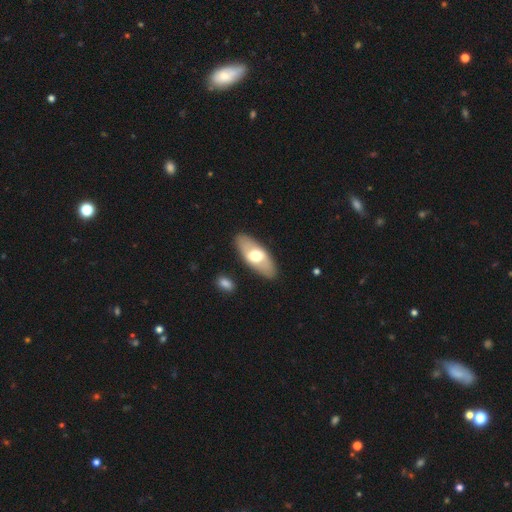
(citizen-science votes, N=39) Volunteers were most divided on "smooth or featured": smooth: 56%, featured or disk: 44%, star or artifact: 0%. More confident: merging — none (82%); how rounded — in between (82%).